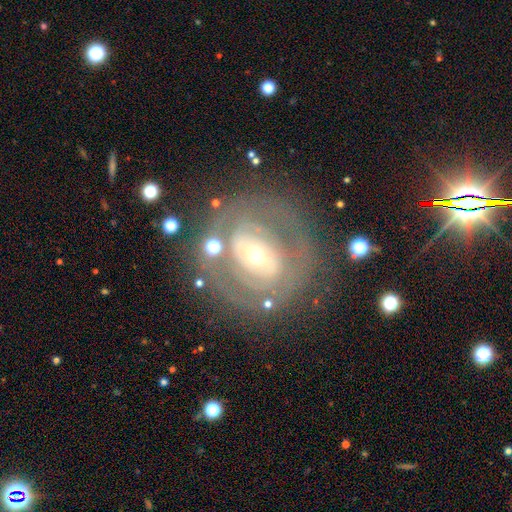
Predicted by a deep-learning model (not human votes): Smooth or featured? Predicted: featured or disk (p=0.71). Edge-on disk? Predicted: no (p=0.95). Bar? Predicted: no (p=0.55). Spiral arms? Predicted: no (p=0.52). Bulge size? Predicted: moderate (p=0.53). Merging? Predicted: none (p=0.70).